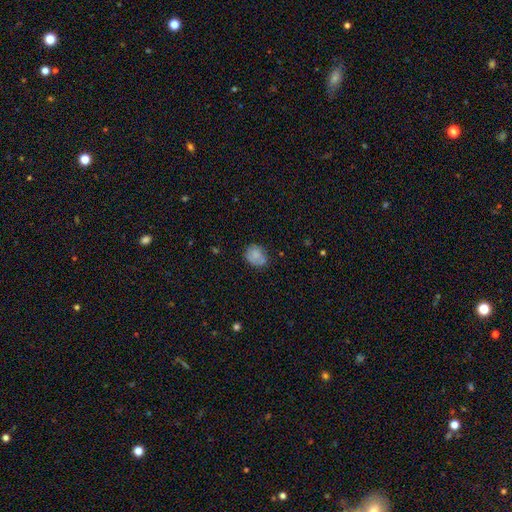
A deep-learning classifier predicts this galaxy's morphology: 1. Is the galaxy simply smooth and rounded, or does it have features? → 76% smooth, 15% featured or disk, 10% star or artifact.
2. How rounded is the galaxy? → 53% round, 46% in between, 1% cigar-shaped.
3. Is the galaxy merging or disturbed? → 61% none, 26% minor disturbance, 7% major disturbance, 6% merger.